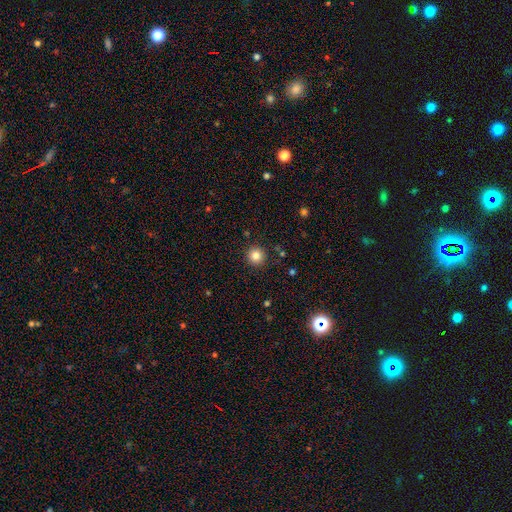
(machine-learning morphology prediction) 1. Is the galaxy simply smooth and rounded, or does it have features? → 83% smooth, 11% star or artifact, 5% featured or disk.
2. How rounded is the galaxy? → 95% round, 4% in between, 1% cigar-shaped.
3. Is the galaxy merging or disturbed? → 91% none, 5% minor disturbance, 2% major disturbance, 1% merger.